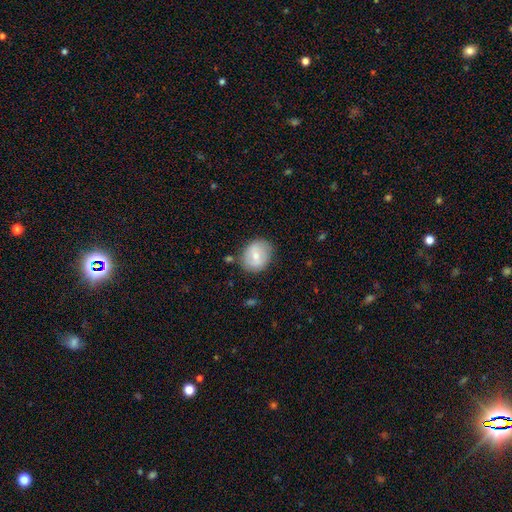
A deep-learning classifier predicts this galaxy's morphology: Q: Smooth or featured?
A: smooth (62%); runner-up: featured or disk (31%)
Q: How rounded?
A: round (56%); runner-up: in between (43%)
Q: Merging?
A: none (75%); runner-up: minor disturbance (17%)